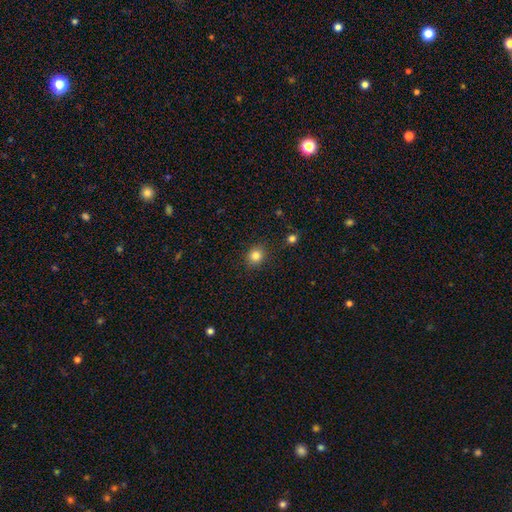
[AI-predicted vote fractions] A smooth galaxy with no disk features (83%) that is round (79%). Merging: none (88%).